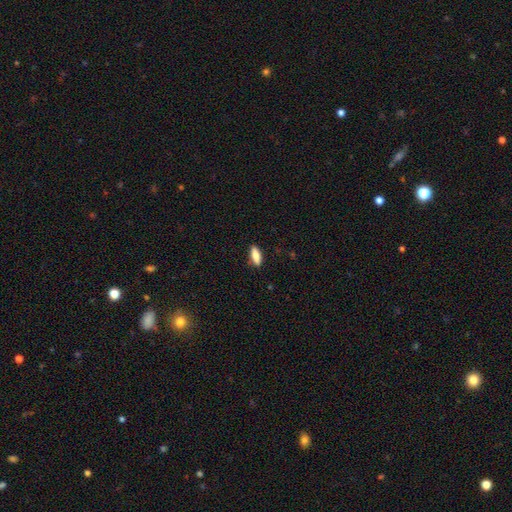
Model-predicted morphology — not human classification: Overall: smooth (77%). How rounded: in between (61%; cigar-shaped 37%). Merging: none (88%).